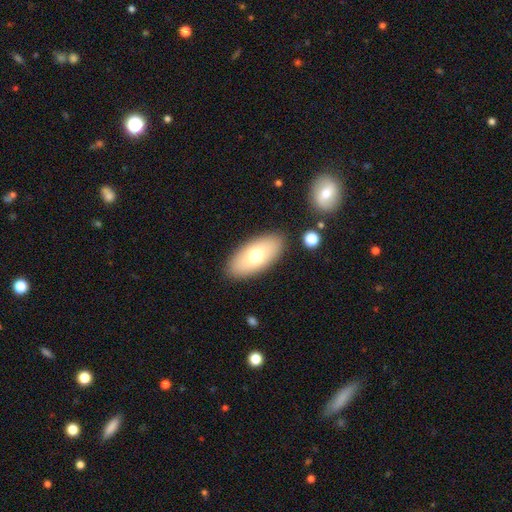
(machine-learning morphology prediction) type=smooth (68%); roundness=in between (90%); merging=none (87%).